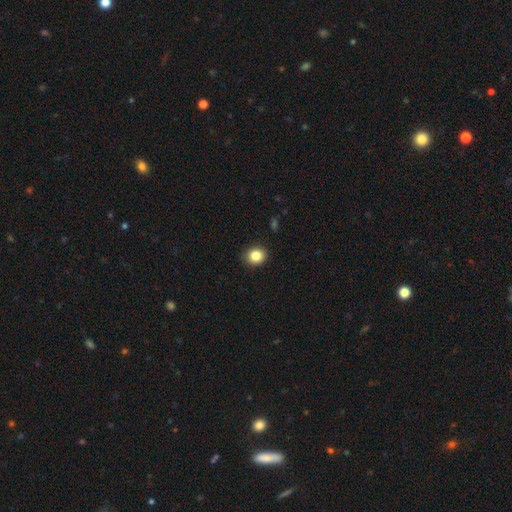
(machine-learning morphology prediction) type=smooth (85%); roundness=round (66%); merging=none (89%).